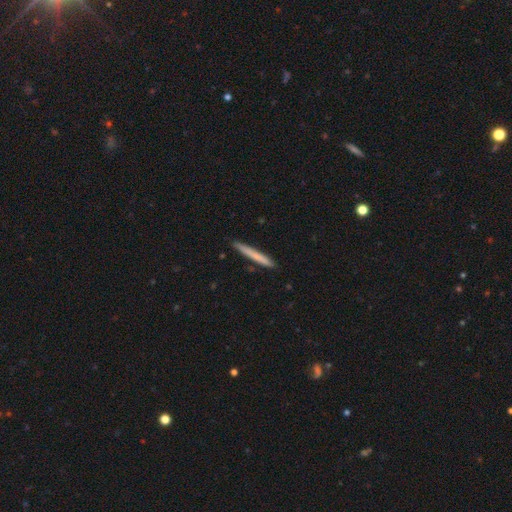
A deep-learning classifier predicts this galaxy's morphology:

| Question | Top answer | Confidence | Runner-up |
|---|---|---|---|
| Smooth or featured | smooth | 69% | featured or disk (25%) |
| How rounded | cigar-shaped | 97% | in between (2%) |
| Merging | none | 90% | minor disturbance (8%) |